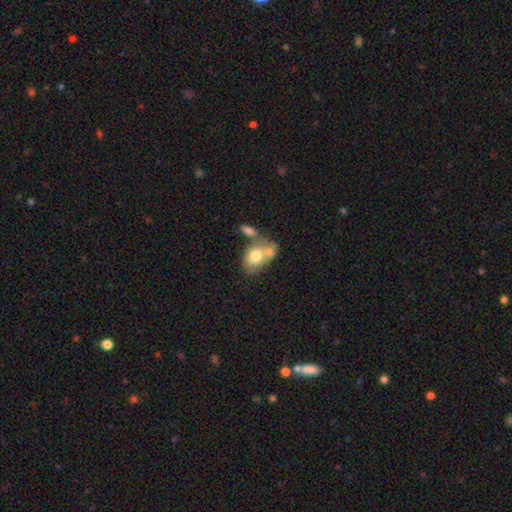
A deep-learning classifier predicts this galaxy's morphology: A smooth galaxy with no disk features (71%) that is in between round and cigar-shaped (71%). Merging: merger (60%).